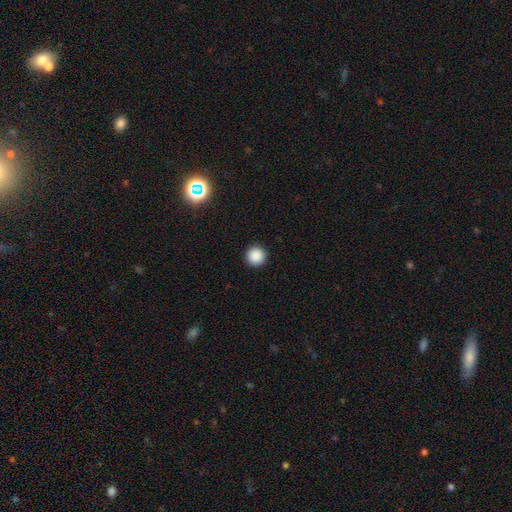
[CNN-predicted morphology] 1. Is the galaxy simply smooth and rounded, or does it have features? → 88% smooth, 10% star or artifact, 2% featured or disk.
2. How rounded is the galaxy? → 96% round, 3% in between, 1% cigar-shaped.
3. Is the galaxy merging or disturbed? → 93% none, 4% minor disturbance, 2% major disturbance, 1% merger.